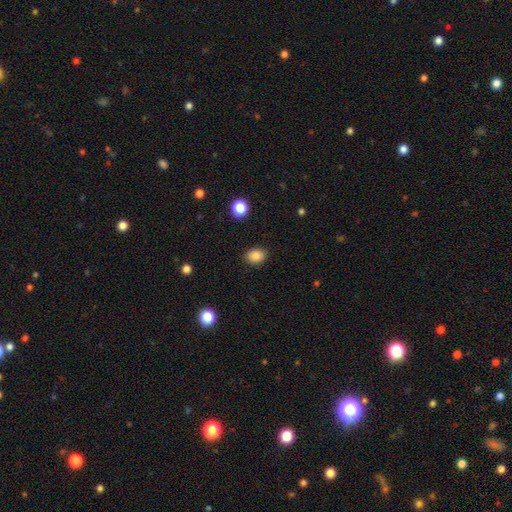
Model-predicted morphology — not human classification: smooth 86%, star or artifact 10%, featured or disk 4%. Down the decision tree: how rounded — in between (65%); merging — none (87%).